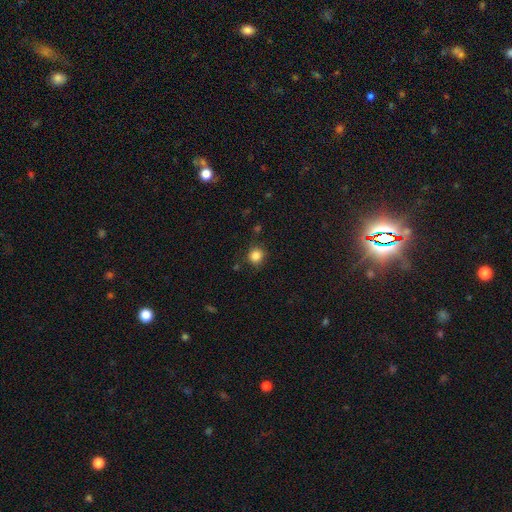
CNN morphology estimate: This is clearly a smooth galaxy (85%). How rounded: clearly round (88%). Merging: clearly none (85%).